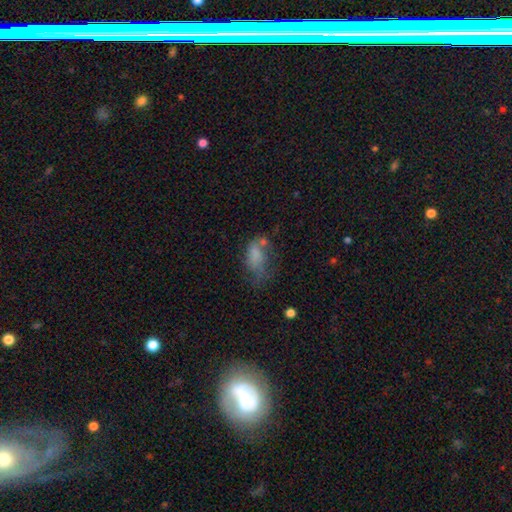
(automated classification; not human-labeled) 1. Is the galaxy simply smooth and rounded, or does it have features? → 62% smooth, 25% featured or disk, 12% star or artifact.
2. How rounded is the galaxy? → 87% in between, 8% round, 5% cigar-shaped.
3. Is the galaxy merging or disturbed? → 36% major disturbance, 28% none, 25% minor disturbance, 11% merger.